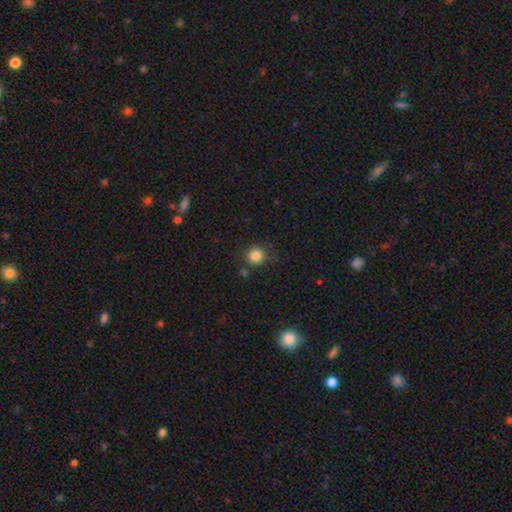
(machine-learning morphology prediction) smooth-or-featured: smooth: 83% | star or artifact: 12% | featured or disk: 5%
  how-rounded: round: 93% | in between: 6% | cigar-shaped: 1%
  merging: none: 82% | minor disturbance: 10% | merger: 5% | major disturbance: 3%